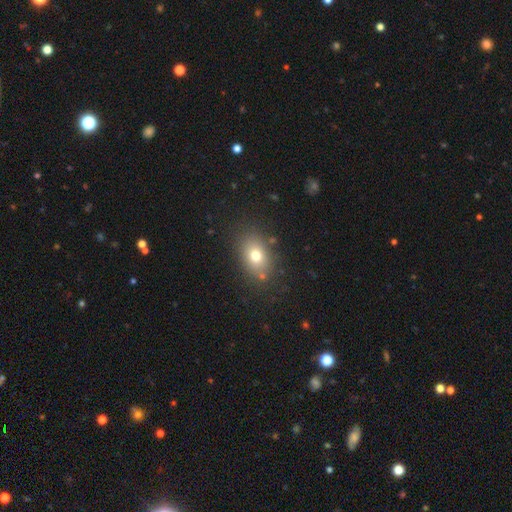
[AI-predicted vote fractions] smooth-or-featured: smooth: 73% | featured or disk: 14% | star or artifact: 13%
  how-rounded: in between: 71% | round: 28% | cigar-shaped: 1%
  merging: none: 81% | minor disturbance: 12% | major disturbance: 4% | merger: 3%